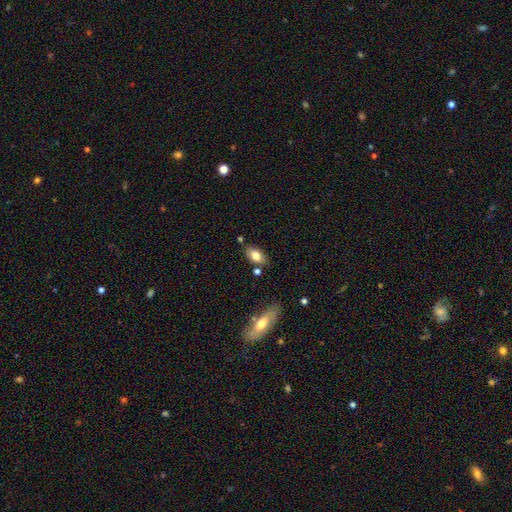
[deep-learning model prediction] The model was most divided on "merging": none: 75%, minor disturbance: 14%, merger: 8%, major disturbance: 3%. More confident: how rounded — in between (90%); smooth or featured — smooth (80%).